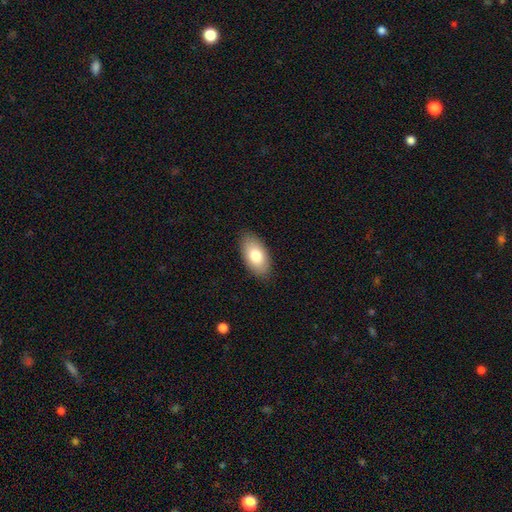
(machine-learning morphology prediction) This appears to be a smooth galaxy with no disk features (78%) that is in between round and cigar-shaped (94%). Merging: none (87%).